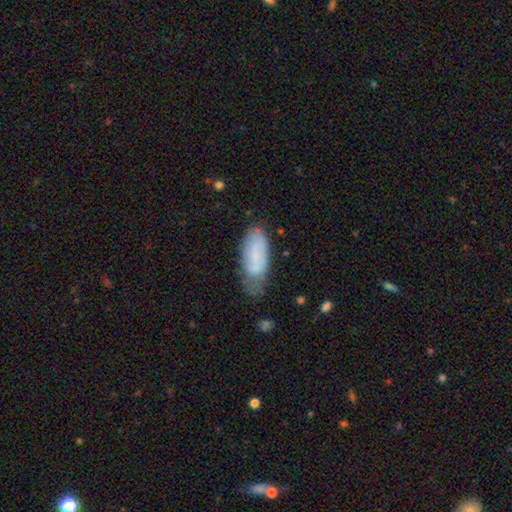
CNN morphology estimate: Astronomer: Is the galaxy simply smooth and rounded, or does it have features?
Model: smooth — 64%.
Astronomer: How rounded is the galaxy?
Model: in between — 76%.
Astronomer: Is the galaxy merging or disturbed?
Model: none — 52% (runner-up: minor disturbance, 33%).